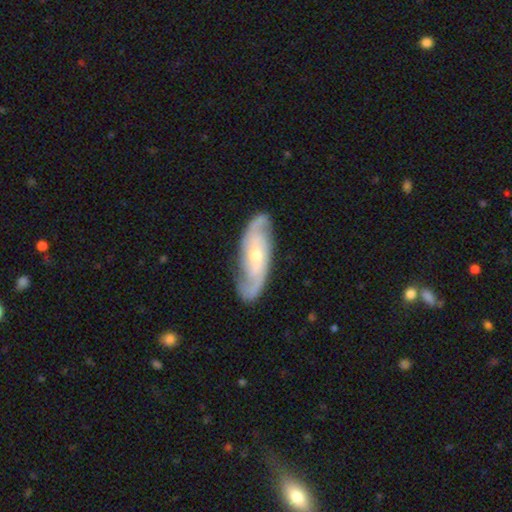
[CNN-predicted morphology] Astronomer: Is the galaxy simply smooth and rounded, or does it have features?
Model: featured or disk — 83%.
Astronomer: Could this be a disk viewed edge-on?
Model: no — 90%.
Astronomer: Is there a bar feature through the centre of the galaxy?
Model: no — 57%.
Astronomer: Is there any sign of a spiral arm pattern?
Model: yes — 95%.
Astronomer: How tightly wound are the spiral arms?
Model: medium — 43% (runner-up: loose, 31%).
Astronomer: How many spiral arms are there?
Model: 2 — 85%.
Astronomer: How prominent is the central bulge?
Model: small — 50% (runner-up: moderate, 46%).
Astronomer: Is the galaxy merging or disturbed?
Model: none — 81%.